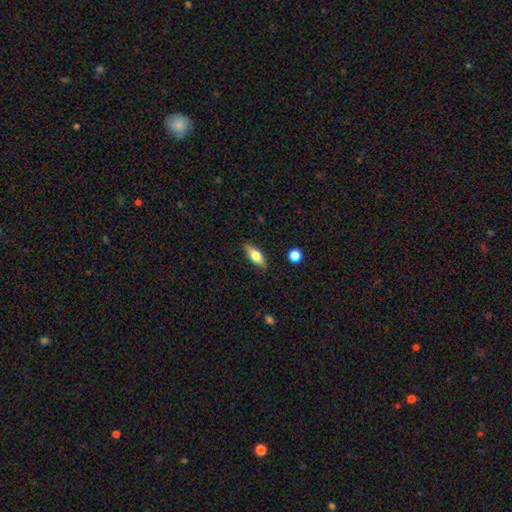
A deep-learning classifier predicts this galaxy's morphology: Smooth or featured?
  - smooth: 68% *
  - featured or disk: 25%
  - star or artifact: 7%
How rounded?
  - in between: 67% *
  - cigar-shaped: 30%
  - round: 3%
Merging?
  - none: 85% *
  - minor disturbance: 11%
  - major disturbance: 2%
  - merger: 2%